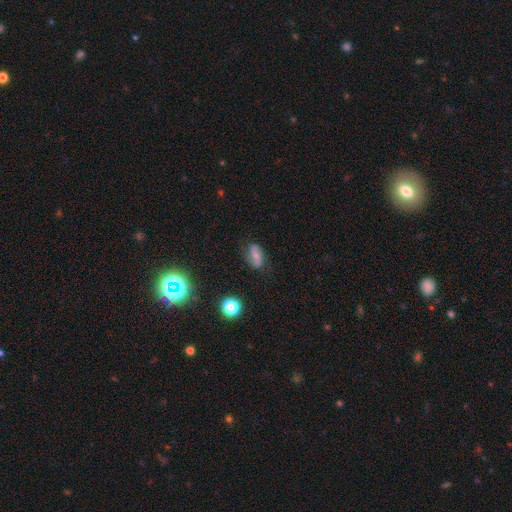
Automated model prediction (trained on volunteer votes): This is possibly a featured or disk galaxy (52%). It is clearly not viewed edge-on (94%). Merging: likely none (73%).